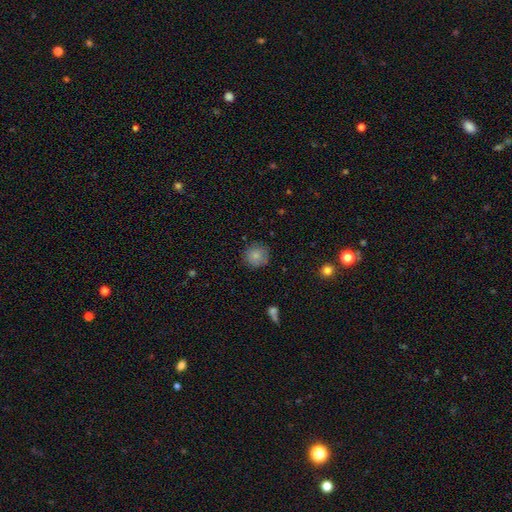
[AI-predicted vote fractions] Q: Smooth or featured?
A: smooth (82%); runner-up: star or artifact (9%)
Q: How rounded?
A: round (92%); runner-up: in between (7%)
Q: Merging?
A: none (84%); runner-up: minor disturbance (12%)